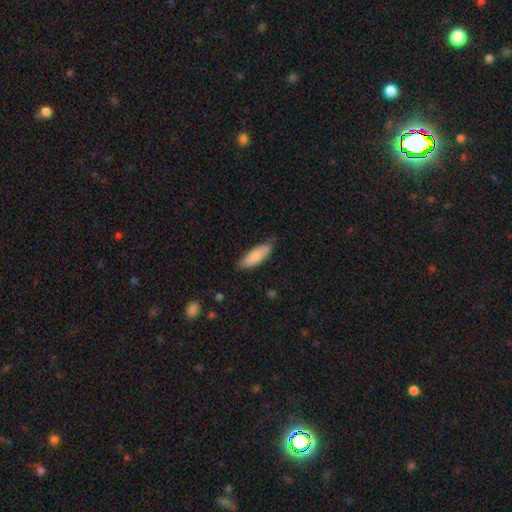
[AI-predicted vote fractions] Q: Smooth or featured?
A: smooth (84%); runner-up: featured or disk (10%)
Q: How rounded?
A: in between (60%); runner-up: cigar-shaped (38%)
Q: Merging?
A: none (72%); runner-up: minor disturbance (23%)